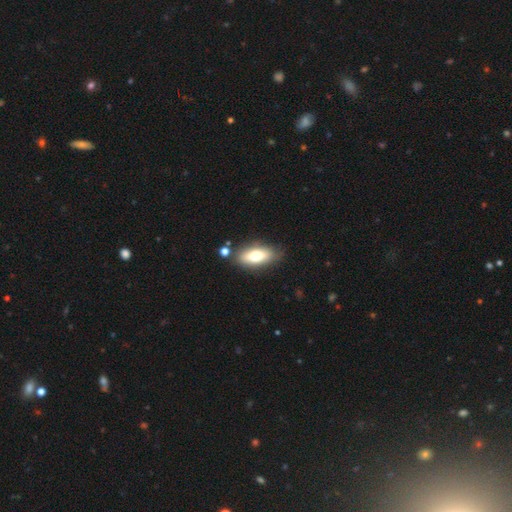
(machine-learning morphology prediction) This appears to be a smooth galaxy with no disk features (69%) that is in between round and cigar-shaped (79%). Merging: none (76%).